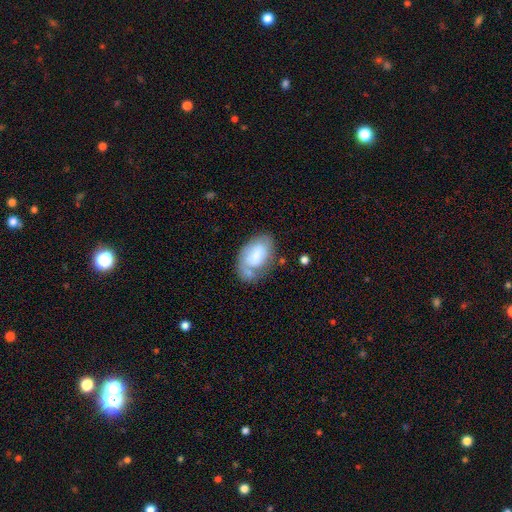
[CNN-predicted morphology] Smooth or featured: smooth — 59% (featured or disk — 34%)
How rounded: in between — 90% (round — 9%)
Merging: none — 43% (minor disturbance — 26%)